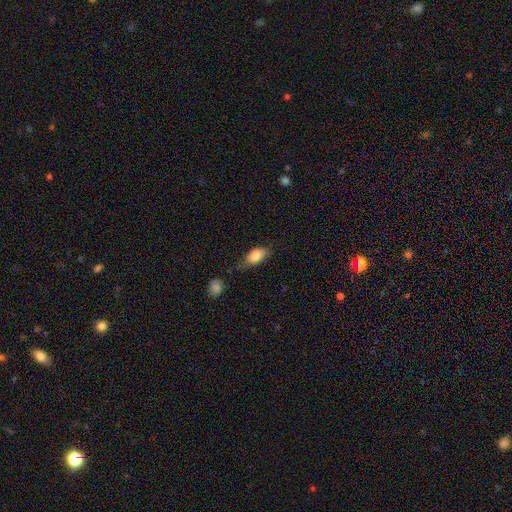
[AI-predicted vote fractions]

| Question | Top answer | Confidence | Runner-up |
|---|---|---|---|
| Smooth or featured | smooth | 81% | featured or disk (12%) |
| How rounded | in between | 88% | cigar-shaped (6%) |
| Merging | none | 60% | minor disturbance (27%) |